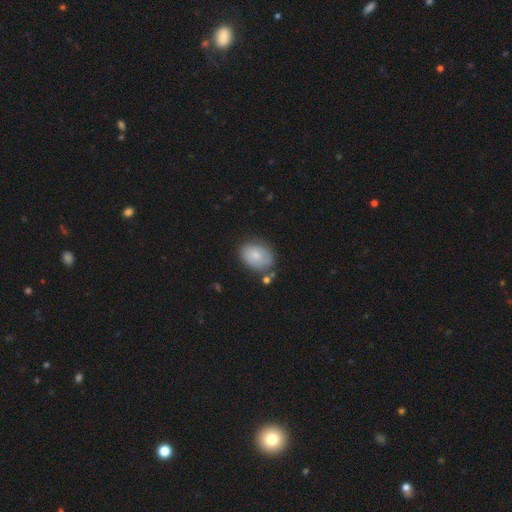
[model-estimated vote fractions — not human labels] A smooth galaxy with no disk features (76%) that is in between round and cigar-shaped (74%).

Vote fractions:
- Smooth or featured? smooth: 76% / featured or disk: 16% / star or artifact: 8%
- How rounded? in between: 74% / round: 25% / cigar-shaped: 1%
- Merging? none: 70% / minor disturbance: 20% / merger: 5% / major disturbance: 5%